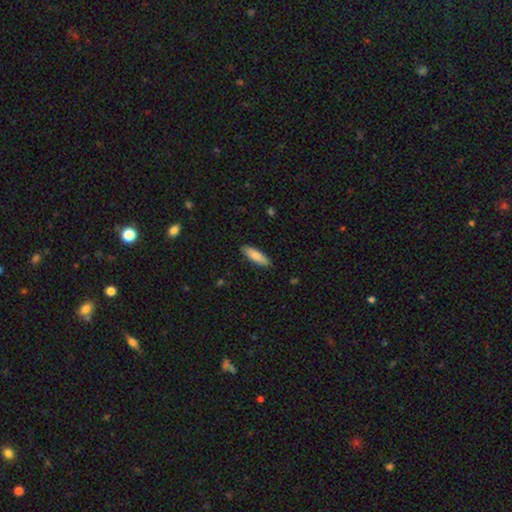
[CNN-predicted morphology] This appears to be a smooth galaxy with no disk features (81%) that is cigar-shaped (52%). Merging: none (88%).